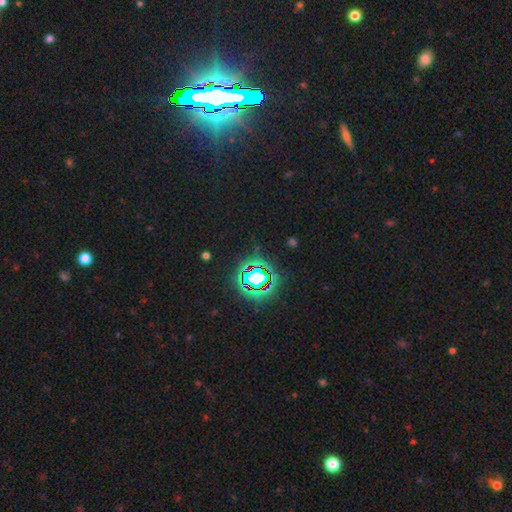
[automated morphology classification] Smooth or featured? Predicted: star or artifact (p=0.82).